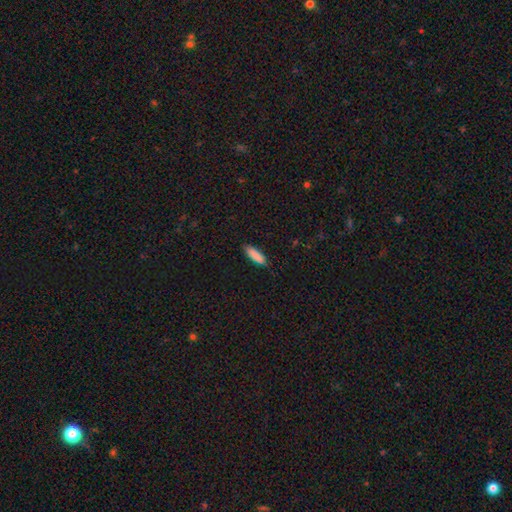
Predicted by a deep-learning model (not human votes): Morphology: type=smooth (88%); roundness=cigar-shaped (58%); merging=none (85%).